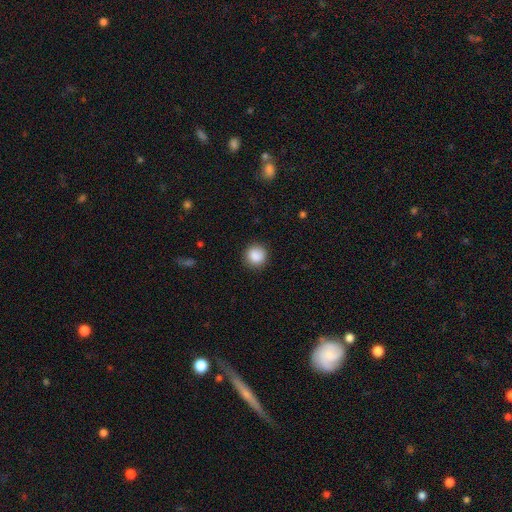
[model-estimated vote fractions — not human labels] smooth_or_featured: smooth (p=0.88) [alt: star or artifact p=0.09]
how_rounded: round (p=0.92) [alt: in between p=0.07]
merging: none (p=0.89) [alt: minor disturbance p=0.08]